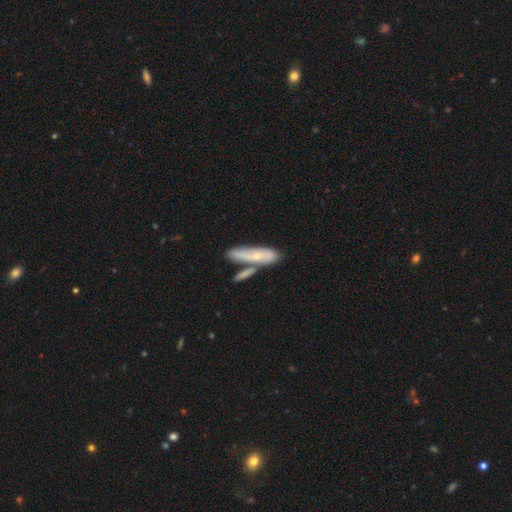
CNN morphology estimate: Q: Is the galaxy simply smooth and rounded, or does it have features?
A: smooth — 56%.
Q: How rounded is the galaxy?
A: cigar-shaped — 65%.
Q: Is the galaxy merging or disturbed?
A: none — 47%.